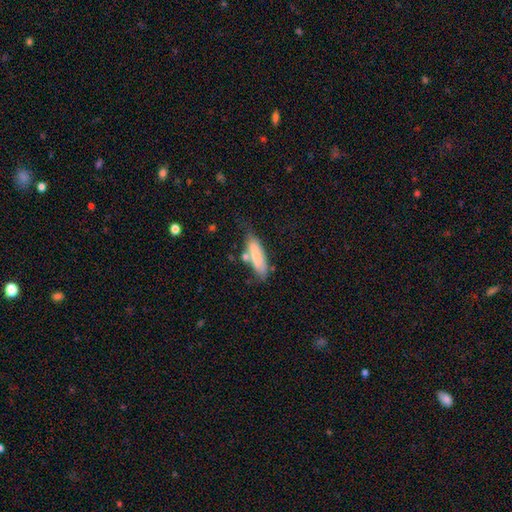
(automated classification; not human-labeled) A smooth galaxy with no disk features (70%) that is cigar-shaped (54%).

Vote fractions:
- Smooth or featured? smooth: 70% / featured or disk: 23% / star or artifact: 7%
- How rounded? cigar-shaped: 54% / in between: 44% / round: 2%
- Merging? none: 52% / minor disturbance: 25% / merger: 14% / major disturbance: 9%